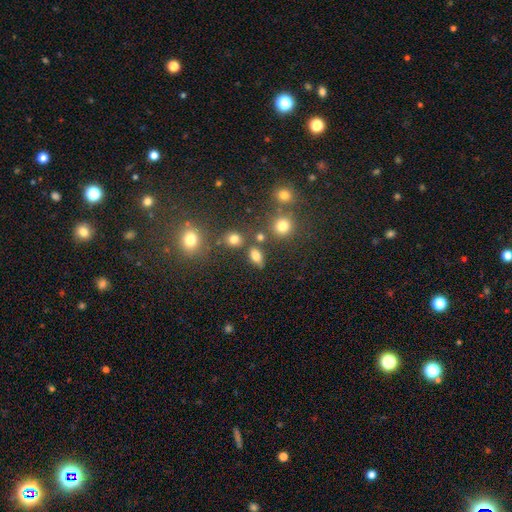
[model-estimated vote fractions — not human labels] Smooth or featured? smooth (76%)
How rounded? in between (72%)
Merging? none (71%)